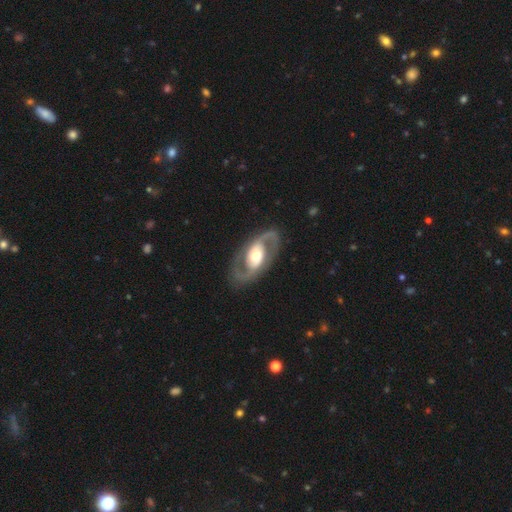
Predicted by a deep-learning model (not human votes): Q: Smooth or featured?
A: featured or disk (87%); runner-up: smooth (9%)
Q: Edge-on disk?
A: no (96%); runner-up: yes (4%)
Q: Bar?
A: no (48%); runner-up: weak (30%)
Q: Spiral arms?
A: yes (91%); runner-up: no (9%)
Q: Spiral winding?
A: medium (54%); runner-up: loose (28%)
Q: Spiral arm count?
A: 2 (93%); runner-up: can't tell (2%)
Q: Bulge size?
A: moderate (66%); runner-up: large (21%)
Q: Merging?
A: none (85%); runner-up: minor disturbance (9%)